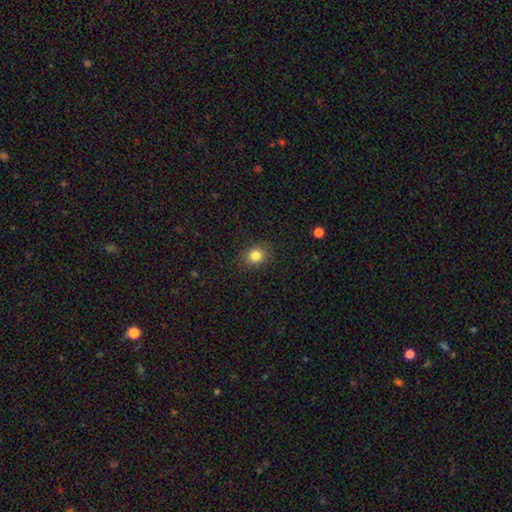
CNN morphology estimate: smooth_or_featured: smooth (p=0.83) [alt: star or artifact p=0.12]
how_rounded: round (p=0.67) [alt: in between p=0.32]
merging: none (p=0.88) [alt: minor disturbance p=0.09]